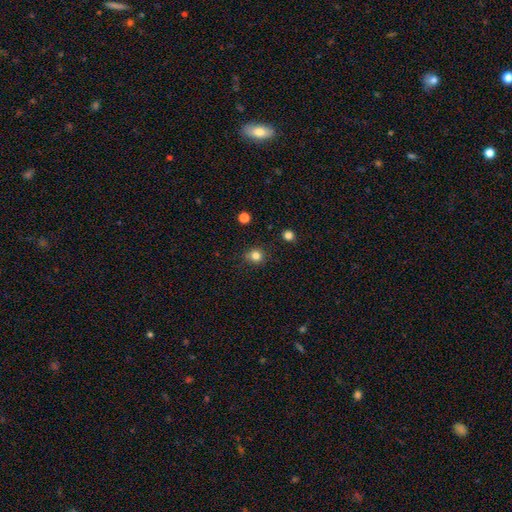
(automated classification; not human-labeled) The model was most divided on "smooth or featured": smooth: 82%, star or artifact: 13%, featured or disk: 5%. More confident: how rounded — round (86%); merging — none (84%).